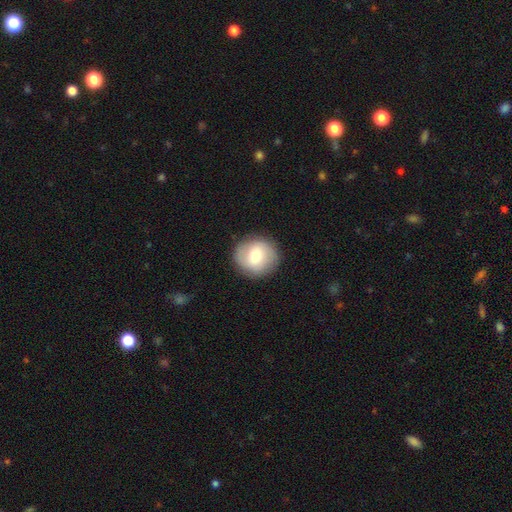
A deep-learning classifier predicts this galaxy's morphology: smooth-or-featured: smooth: 62% | featured or disk: 30% | star or artifact: 7%
  how-rounded: round: 89% | in between: 10% | cigar-shaped: 1%
  merging: none: 88% | minor disturbance: 8% | major disturbance: 3% | merger: 1%